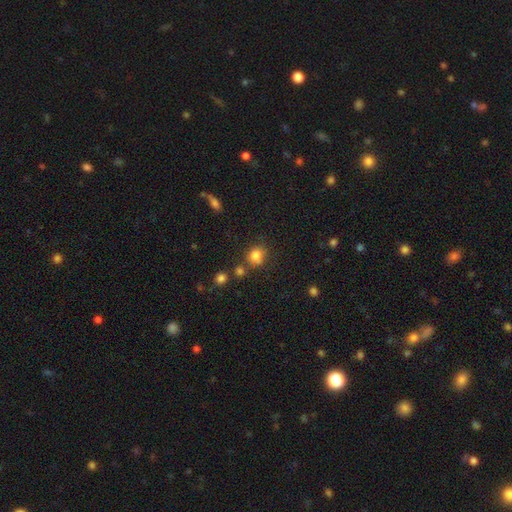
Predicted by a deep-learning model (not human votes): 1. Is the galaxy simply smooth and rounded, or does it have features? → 80% smooth, 13% star or artifact, 7% featured or disk.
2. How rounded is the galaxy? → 70% round, 29% in between, 1% cigar-shaped.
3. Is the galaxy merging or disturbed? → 63% none, 17% minor disturbance, 14% merger, 6% major disturbance.